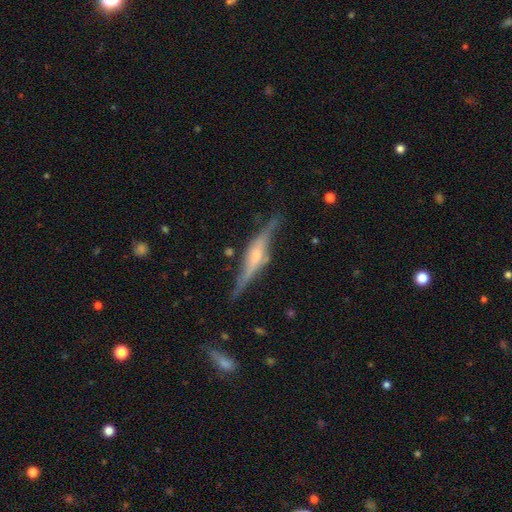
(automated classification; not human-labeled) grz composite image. It shows a featured or disk galaxy (79%) viewed edge-on (94%) with a rounded central bulge (70%). Merging: none (77%).